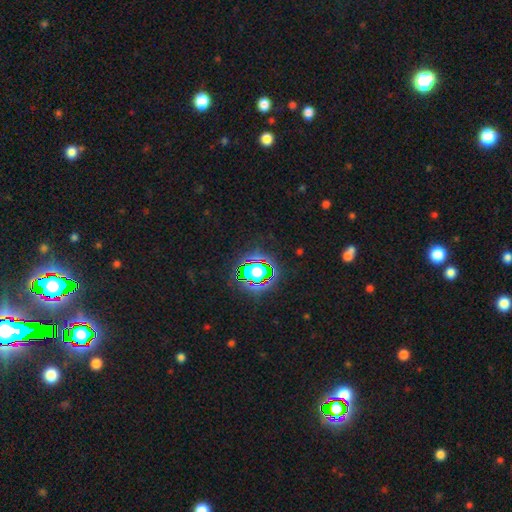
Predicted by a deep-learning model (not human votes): This is clearly a star or artifact rather than a galaxy (82%).